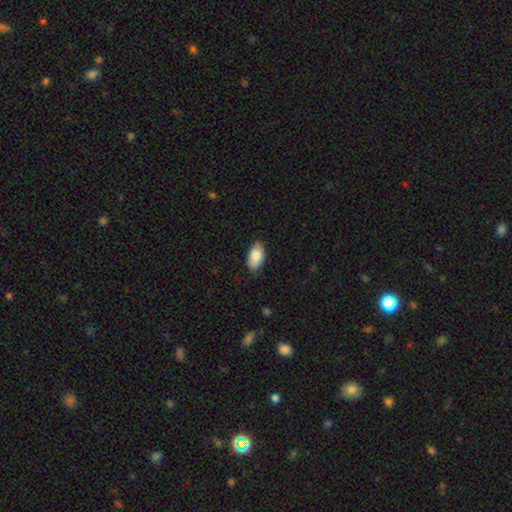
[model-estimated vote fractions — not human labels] Smooth or featured: smooth — 85% (featured or disk — 8%)
How rounded: in between — 94% (cigar-shaped — 3%)
Merging: none — 84% (minor disturbance — 13%)